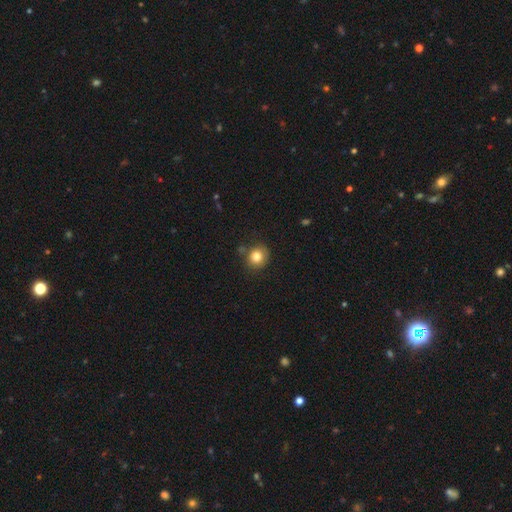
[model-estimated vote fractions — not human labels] Smooth or featured?
  - smooth: 80% *
  - star or artifact: 11%
  - featured or disk: 8%
How rounded?
  - round: 84% *
  - in between: 15%
  - cigar-shaped: 1%
Merging?
  - none: 80% *
  - minor disturbance: 12%
  - merger: 5%
  - major disturbance: 3%